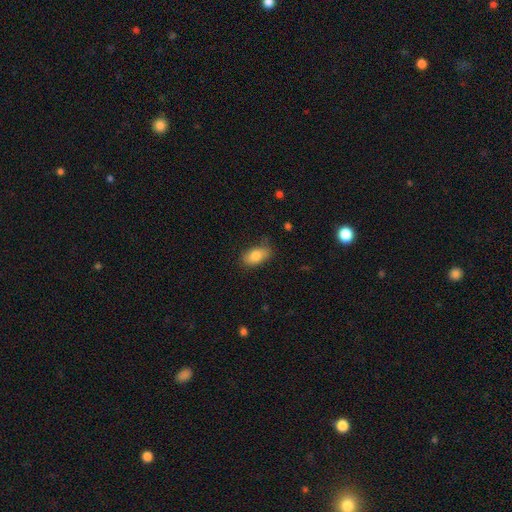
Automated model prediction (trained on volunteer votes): Smooth or featured: smooth — 83% (featured or disk — 10%)
How rounded: in between — 91% (round — 6%)
Merging: none — 74% (minor disturbance — 20%)